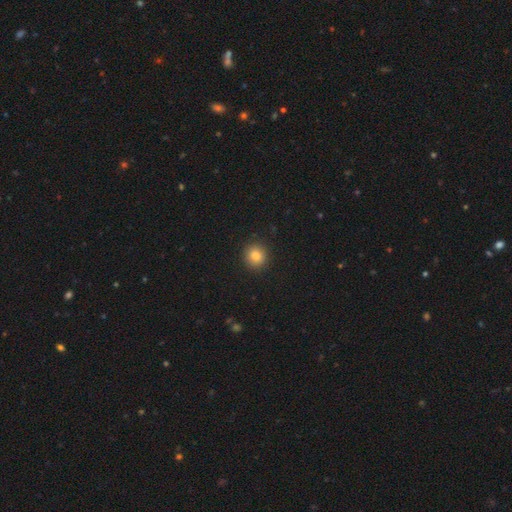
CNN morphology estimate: Smooth or featured? Predicted: smooth (p=0.82). How rounded? Predicted: round (p=0.89). Merging? Predicted: none (p=0.92).